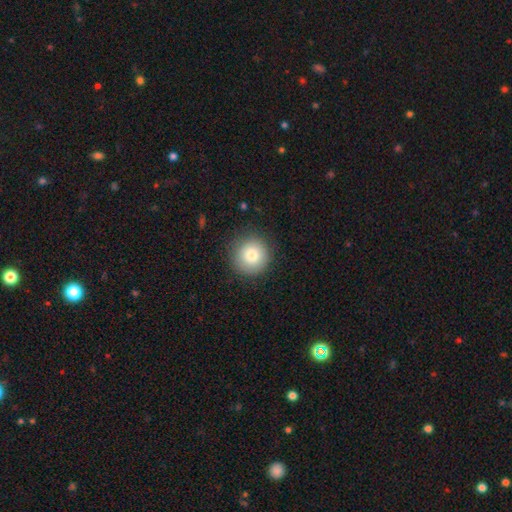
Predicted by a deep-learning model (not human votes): Smooth or featured: smooth — 77% (star or artifact — 14%)
How rounded: round — 96% (in between — 3%)
Merging: none — 91% (minor disturbance — 6%)